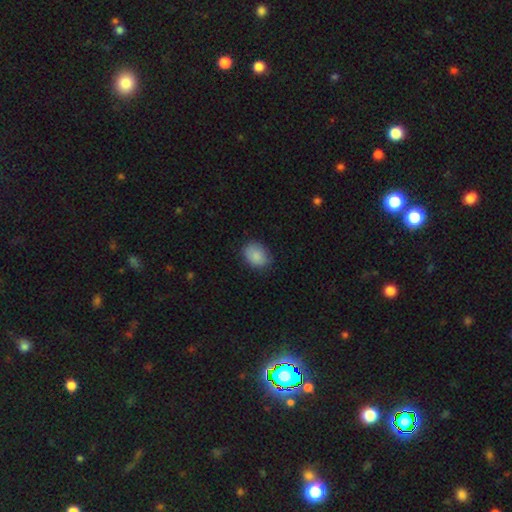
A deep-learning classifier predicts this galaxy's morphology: This appears to be a smooth galaxy with no disk features (88%) that is in between round and cigar-shaped (64%). Merging: none (81%).